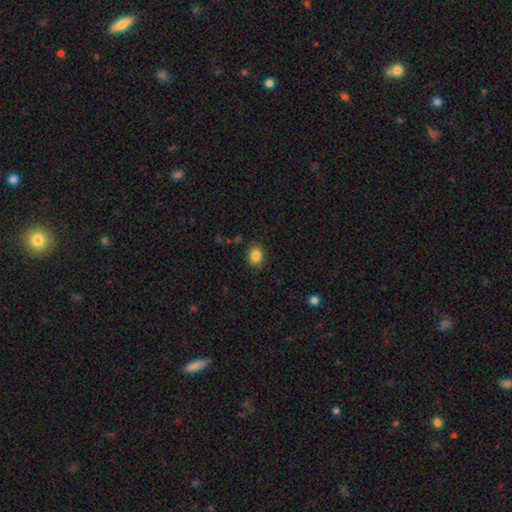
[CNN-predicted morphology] The model was most divided on "how rounded": round: 54%, in between: 45%, cigar-shaped: 1%. More confident: merging — none (86%); smooth or featured — smooth (84%).